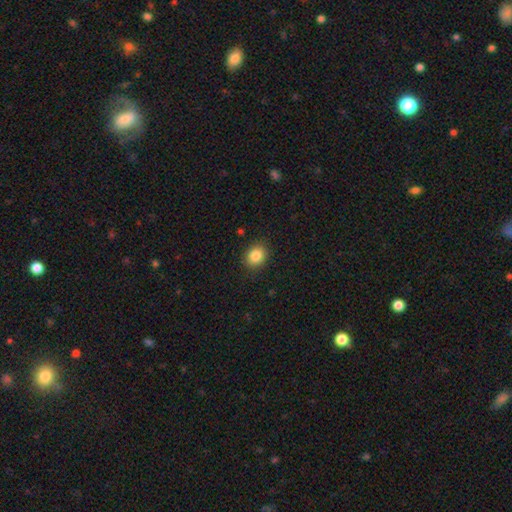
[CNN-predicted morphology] smooth_or_featured: smooth (p=0.86) [alt: star or artifact p=0.09]
how_rounded: round (p=0.62) [alt: in between p=0.37]
merging: none (p=0.88) [alt: minor disturbance p=0.08]